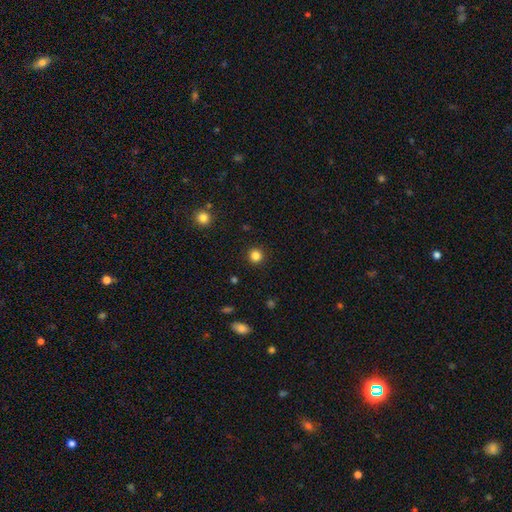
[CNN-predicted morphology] The model was most divided on "smooth or featured": smooth: 84%, star or artifact: 12%, featured or disk: 4%. More confident: how rounded — round (94%); merging — none (92%).